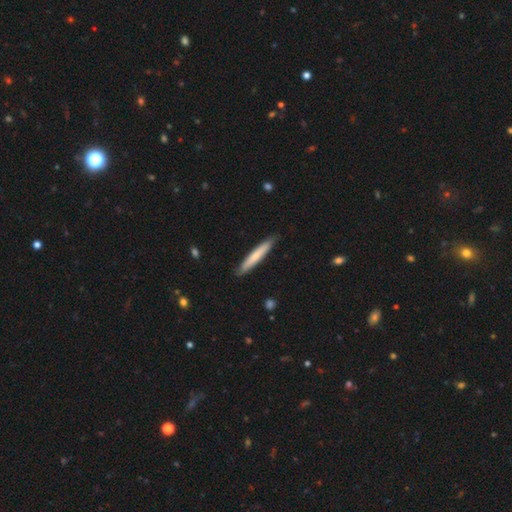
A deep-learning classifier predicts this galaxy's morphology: A smooth galaxy with no disk features (67%) that is cigar-shaped (94%). Merging: none (88%).